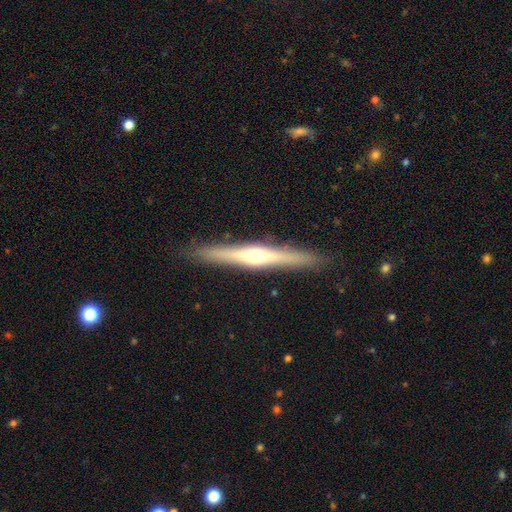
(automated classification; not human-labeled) A featured or disk galaxy (69%) viewed edge-on (97%) with a rounded central bulge (90%).

Vote fractions:
- Smooth or featured? featured or disk: 69% / smooth: 25% / star or artifact: 6%
- Edge-on disk? yes: 97% / no: 3%
- Edge-on bulge? rounded: 90% / none: 5% / boxy: 4%
- Merging? none: 90% / minor disturbance: 8% / major disturbance: 2% / merger: 1%